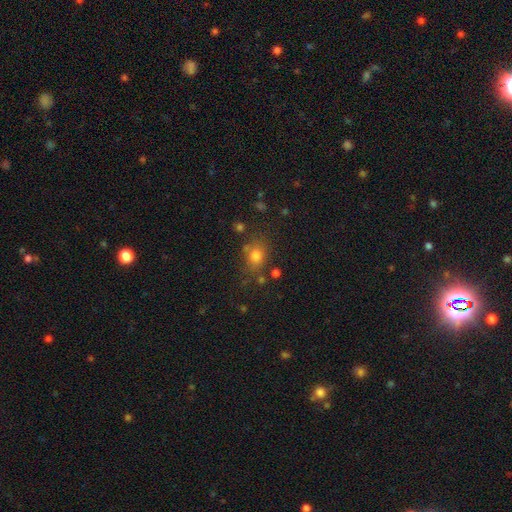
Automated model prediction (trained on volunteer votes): A smooth galaxy with no disk features (75%) that is round (58%). Merging: none (72%).